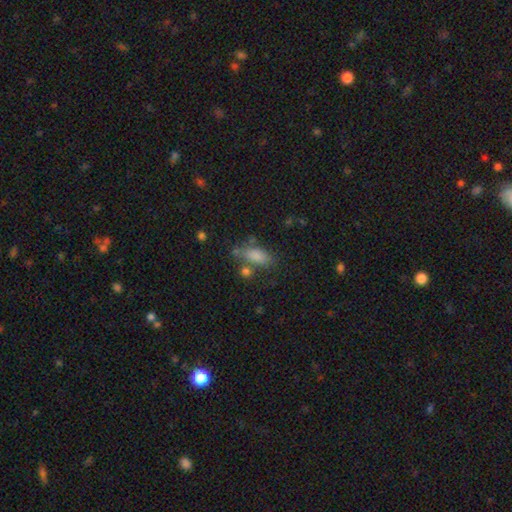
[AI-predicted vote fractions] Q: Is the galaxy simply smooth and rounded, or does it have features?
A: smooth — 77%.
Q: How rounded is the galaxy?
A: in between — 78%.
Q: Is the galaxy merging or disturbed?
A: none — 62%.